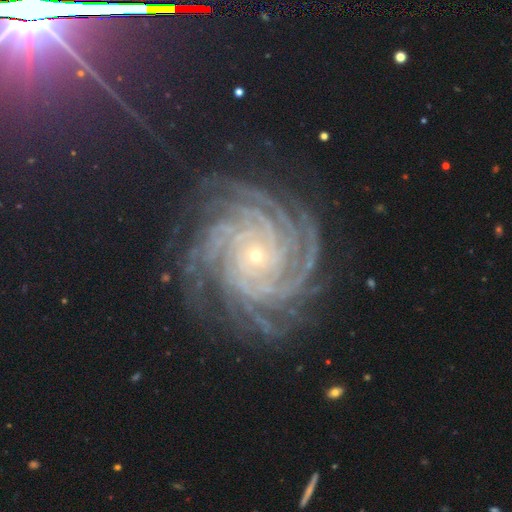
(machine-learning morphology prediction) A featured or disk galaxy (92%) with no bar (75%), more than 4 (46%) tight (85%) spiral arms (99%) and a small central bulge (82%).

Vote fractions:
- Smooth or featured? featured or disk: 92% / star or artifact: 5% / smooth: 3%
- Edge-on disk? no: 98% / yes: 2%
- Bar? no: 75% / weak: 16% / strong: 9%
- Spiral arms? yes: 99% / no: 1%
- Spiral winding? tight: 85% / medium: 13% / loose: 2%
- Spiral arm count? more than 4: 46% / 4: 19% / can't tell: 12% / 3: 9% / 2: 8% / 1: 7%
- Bulge size? small: 82% / moderate: 14% / large: 1% / none: 1% / dominant: 1%
- Merging? none: 80% / minor disturbance: 13% / major disturbance: 5% / merger: 1%